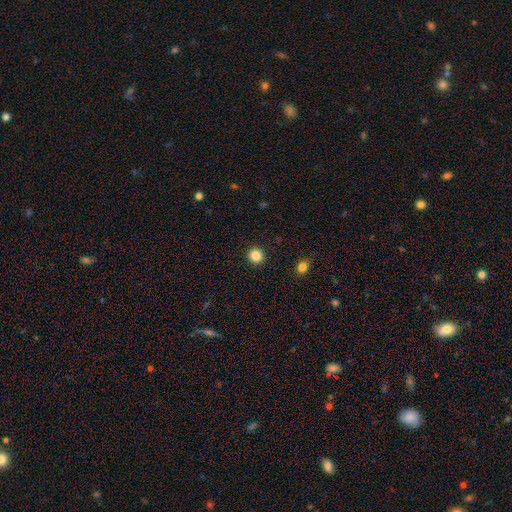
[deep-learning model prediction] This is clearly a smooth galaxy (85%). How rounded: clearly round (91%). Merging: clearly none (93%).